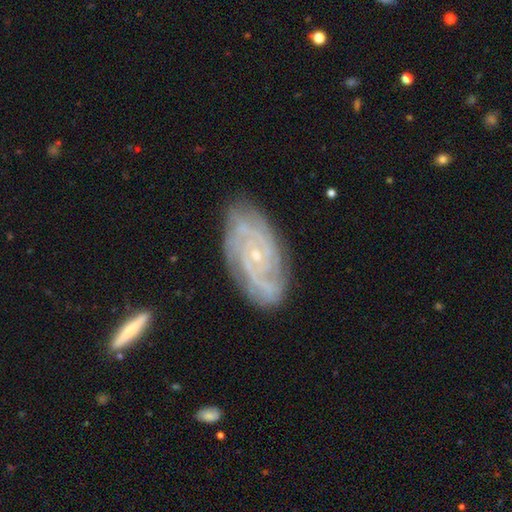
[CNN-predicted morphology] Q: Smooth or featured?
A: featured or disk (86%); runner-up: smooth (8%)
Q: Edge-on disk?
A: no (95%); runner-up: yes (5%)
Q: Bar?
A: no (73%); runner-up: weak (22%)
Q: Spiral arms?
A: yes (97%); runner-up: no (3%)
Q: Spiral winding?
A: tight (67%); runner-up: medium (27%)
Q: Spiral arm count?
A: can't tell (25%); runner-up: 3 (23%)
Q: Bulge size?
A: small (82%); runner-up: moderate (14%)
Q: Merging?
A: none (79%); runner-up: minor disturbance (16%)